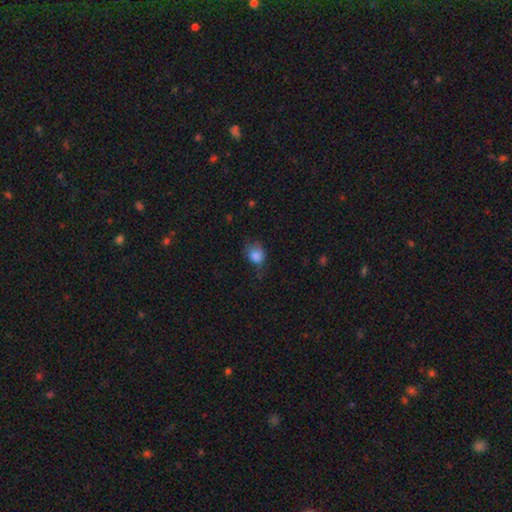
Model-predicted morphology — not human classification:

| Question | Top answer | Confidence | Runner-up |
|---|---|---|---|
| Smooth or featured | smooth | 81% | star or artifact (10%) |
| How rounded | round | 57% | in between (42%) |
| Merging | none | 42% | minor disturbance (34%) |